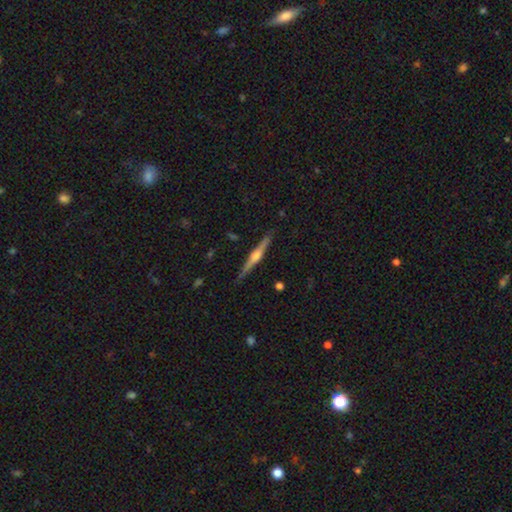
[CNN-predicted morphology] Smooth or featured? Predicted: featured or disk (p=0.79). Edge-on disk? Predicted: yes (p=0.98). Edge-on bulge? Predicted: rounded (p=0.88). Merging? Predicted: none (p=0.90).